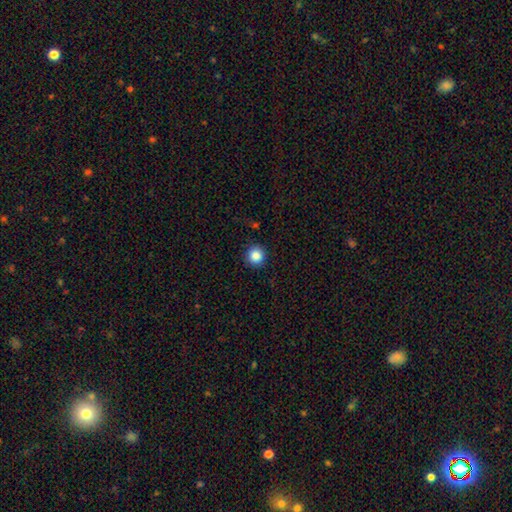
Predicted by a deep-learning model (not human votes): Smooth or featured: smooth — 87% (star or artifact — 10%)
How rounded: round — 95% (in between — 4%)
Merging: none — 91% (minor disturbance — 6%)